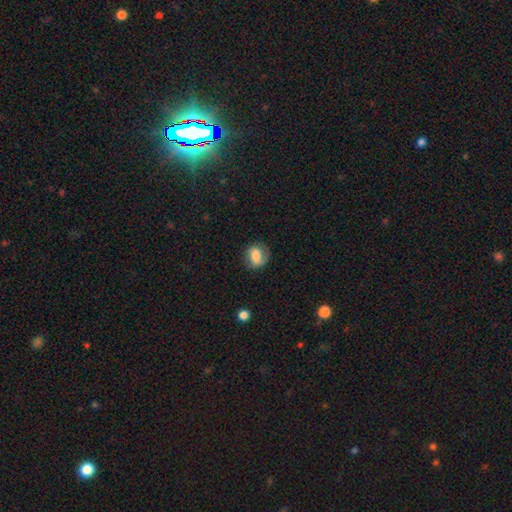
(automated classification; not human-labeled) The model was most divided on "how rounded": in between: 52%, round: 46%, cigar-shaped: 2%. More confident: merging — none (62%); smooth or featured — smooth (62%).